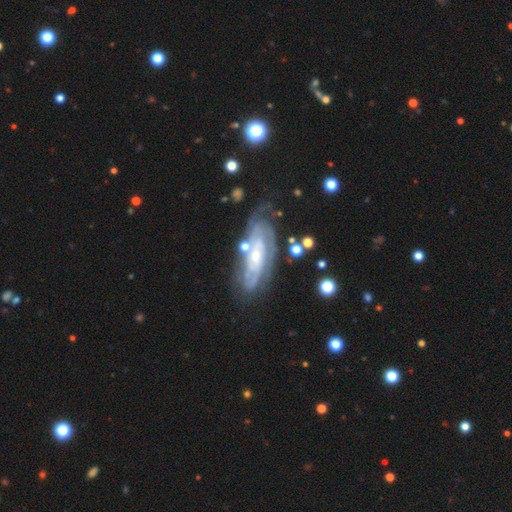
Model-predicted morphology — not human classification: smooth-or-featured: featured or disk: 84% | smooth: 10% | star or artifact: 6%
  disk-edge-on: no: 89% | yes: 11%
    bar: no: 62% | weak: 26% | strong: 11%
    has-spiral-arms: yes: 93% | no: 7%
      spiral-winding: tight: 68% | medium: 25% | loose: 7%
      spiral-arm-count: can't tell: 40% | 2: 28% | 3: 15% | 4: 8% | more than 4: 5% | 1: 4%
    bulge-size: small: 62% | moderate: 31% | none: 3% | large: 3% | dominant: 1%
  merging: none: 65% | minor disturbance: 20% | major disturbance: 10% | merger: 5%